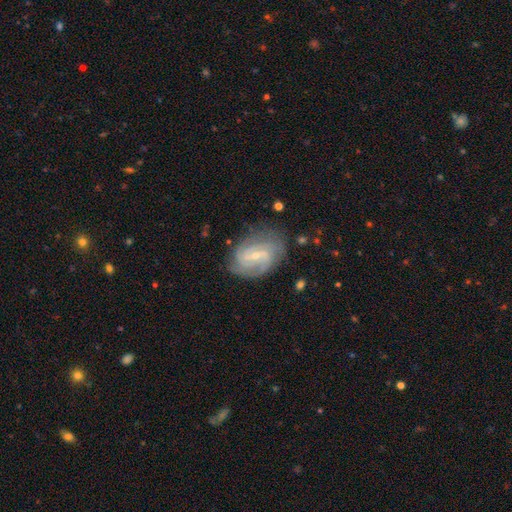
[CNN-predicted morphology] Q: Smooth or featured?
A: featured or disk (83%); runner-up: smooth (11%)
Q: Edge-on disk?
A: no (97%); runner-up: yes (3%)
Q: Bar?
A: weak (52%); runner-up: no (29%)
Q: Spiral arms?
A: yes (94%); runner-up: no (6%)
Q: Spiral winding?
A: tight (46%); runner-up: medium (41%)
Q: Spiral arm count?
A: 2 (39%); runner-up: can't tell (26%)
Q: Bulge size?
A: small (75%); runner-up: moderate (21%)
Q: Merging?
A: none (73%); runner-up: minor disturbance (19%)